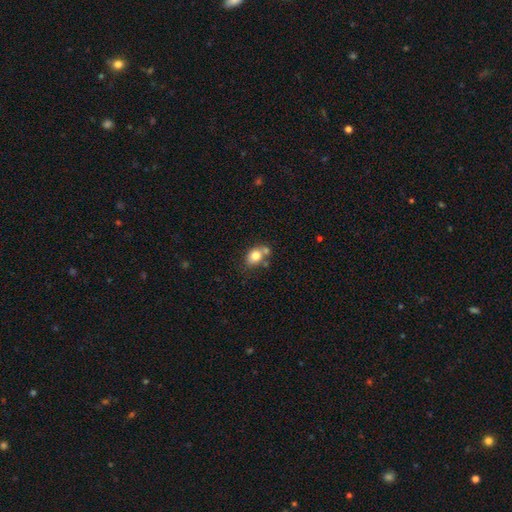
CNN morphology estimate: Overall: smooth (79%). How rounded: in between (58%; round 41%). Merging: none (50%; merger 30%).